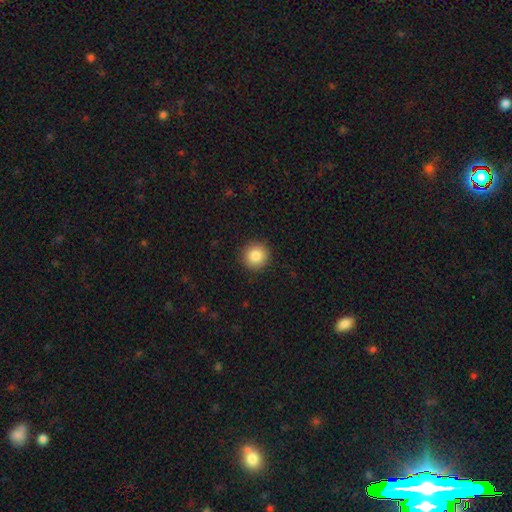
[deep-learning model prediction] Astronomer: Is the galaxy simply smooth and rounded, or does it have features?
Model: smooth — 86%.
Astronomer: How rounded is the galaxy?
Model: round — 95%.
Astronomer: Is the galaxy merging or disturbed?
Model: none — 92%.